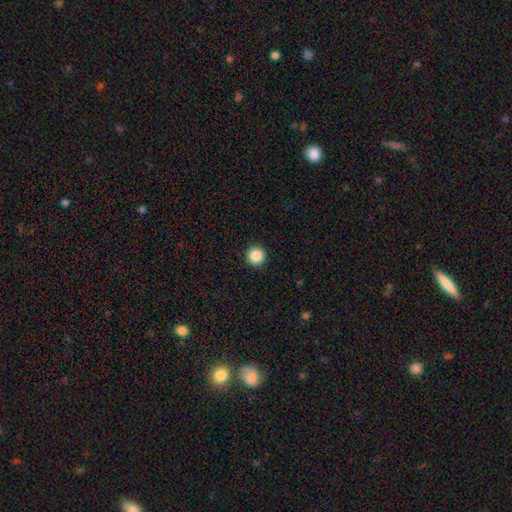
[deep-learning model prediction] Smooth or featured: smooth — 87% (star or artifact — 10%)
How rounded: round — 96% (in between — 3%)
Merging: none — 93% (minor disturbance — 4%)